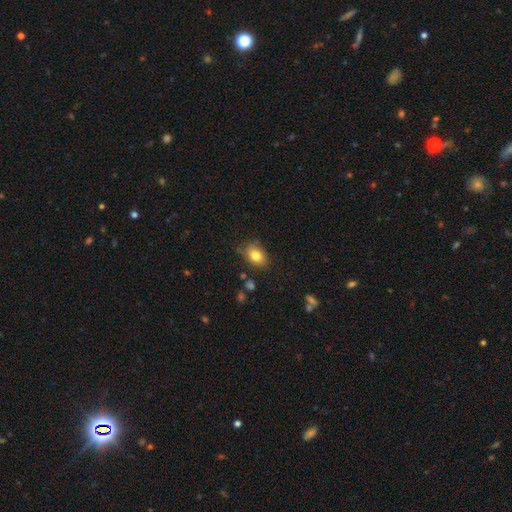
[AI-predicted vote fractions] A smooth galaxy with no disk features (80%) that is in between round and cigar-shaped (73%). Merging: none (76%).